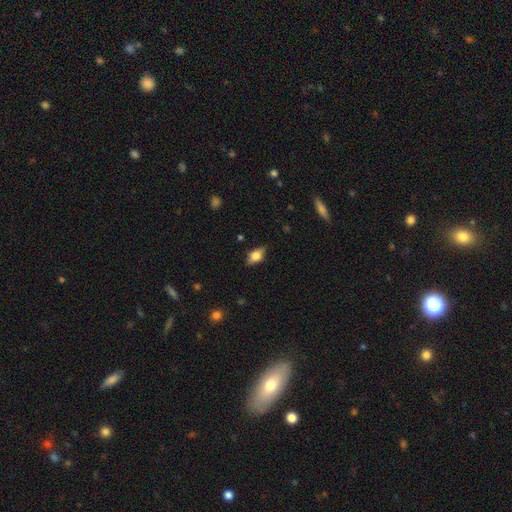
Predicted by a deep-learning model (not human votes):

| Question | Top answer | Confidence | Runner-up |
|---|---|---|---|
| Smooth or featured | smooth | 65% | featured or disk (27%) |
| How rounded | in between | 82% | round (9%) |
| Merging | none | 79% | minor disturbance (16%) |